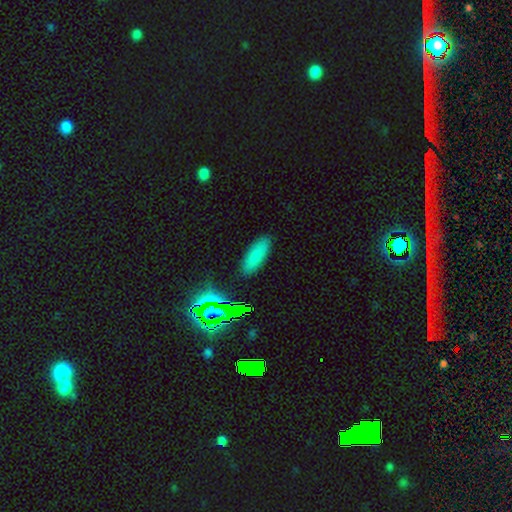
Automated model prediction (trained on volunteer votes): Q: Smooth or featured?
A: smooth (79%); runner-up: star or artifact (12%)
Q: How rounded?
A: in between (70%); runner-up: cigar-shaped (28%)
Q: Merging?
A: none (87%); runner-up: minor disturbance (9%)